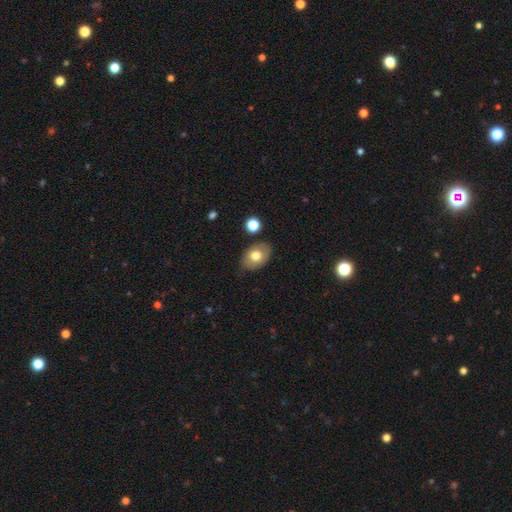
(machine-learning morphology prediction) A smooth galaxy with no disk features (74%) that is in between round and cigar-shaped (81%).

Vote fractions:
- Smooth or featured? smooth: 74% / featured or disk: 18% / star or artifact: 8%
- How rounded? in between: 81% / round: 18% / cigar-shaped: 1%
- Merging? none: 79% / minor disturbance: 15% / major disturbance: 3% / merger: 3%